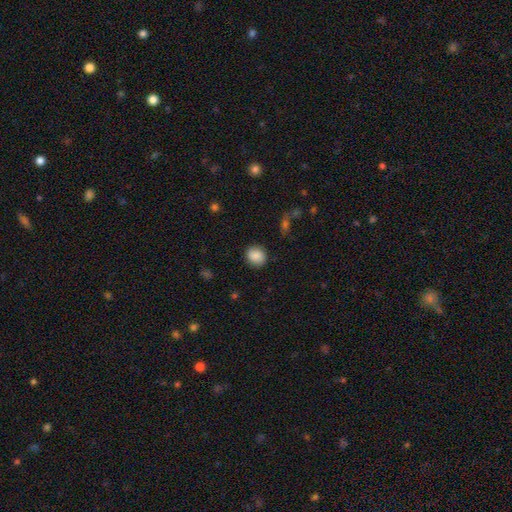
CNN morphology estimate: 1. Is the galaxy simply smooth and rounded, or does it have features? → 86% smooth, 8% star or artifact, 6% featured or disk.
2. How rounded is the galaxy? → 74% round, 25% in between, 1% cigar-shaped.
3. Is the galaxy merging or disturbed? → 86% none, 10% minor disturbance, 3% major disturbance, 1% merger.